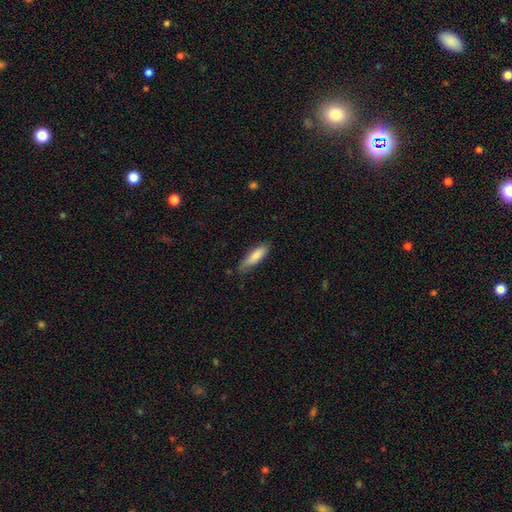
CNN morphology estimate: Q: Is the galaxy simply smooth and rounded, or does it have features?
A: smooth — 82%.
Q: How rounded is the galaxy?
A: cigar-shaped — 62%.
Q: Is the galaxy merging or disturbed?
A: none — 72%.